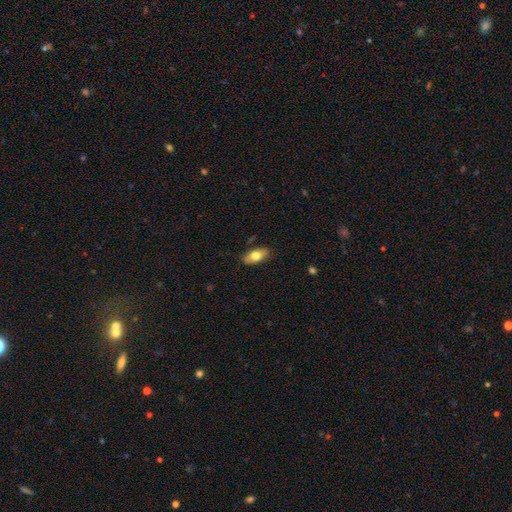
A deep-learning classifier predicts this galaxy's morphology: Q: Smooth or featured?
A: smooth (72%); runner-up: featured or disk (22%)
Q: How rounded?
A: in between (87%); runner-up: cigar-shaped (10%)
Q: Merging?
A: none (83%); runner-up: minor disturbance (13%)